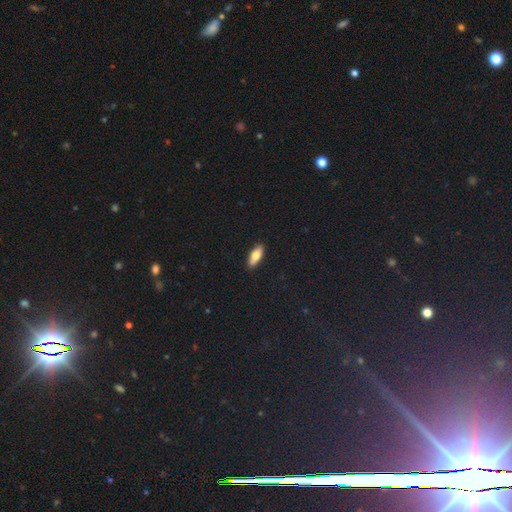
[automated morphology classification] This is likely a smooth galaxy (72%). How rounded: likely in between (69%). Merging: clearly none (89%).